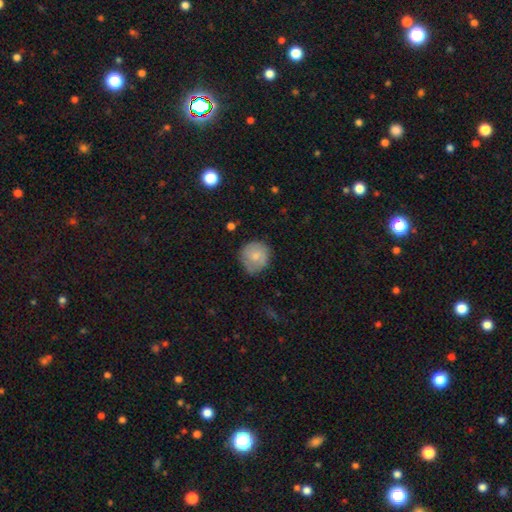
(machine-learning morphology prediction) The model was most divided on "smooth or featured": smooth: 67%, featured or disk: 26%, star or artifact: 7%. More confident: how rounded — round (88%); merging — none (68%).